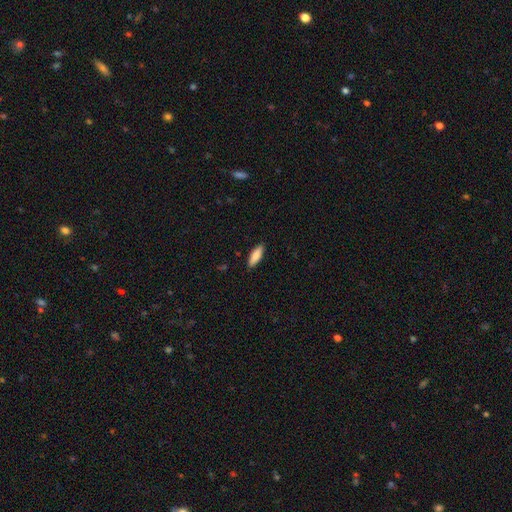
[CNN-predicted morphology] smooth-or-featured: smooth: 83% | featured or disk: 11% | star or artifact: 6%
  how-rounded: in between: 53% | cigar-shaped: 45% | round: 2%
  merging: none: 88% | minor disturbance: 9% | major disturbance: 2% | merger: 1%